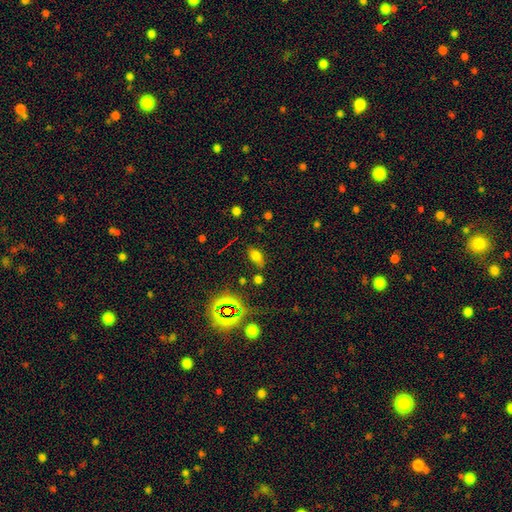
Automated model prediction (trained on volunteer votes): Smooth or featured?
  - smooth: 68% *
  - star or artifact: 20%
  - featured or disk: 12%
How rounded?
  - in between: 86% *
  - round: 9%
  - cigar-shaped: 6%
Merging?
  - none: 73% *
  - minor disturbance: 16%
  - major disturbance: 6%
  - merger: 5%